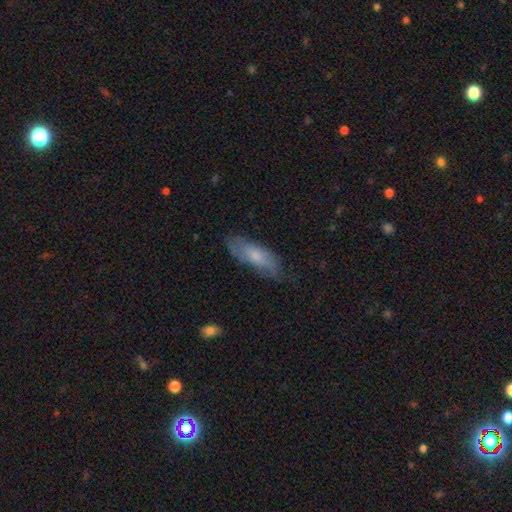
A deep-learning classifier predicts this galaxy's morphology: Q: Smooth or featured?
A: smooth (54%); runner-up: featured or disk (39%)
Q: How rounded?
A: in between (63%); runner-up: cigar-shaped (35%)
Q: Merging?
A: none (67%); runner-up: minor disturbance (24%)